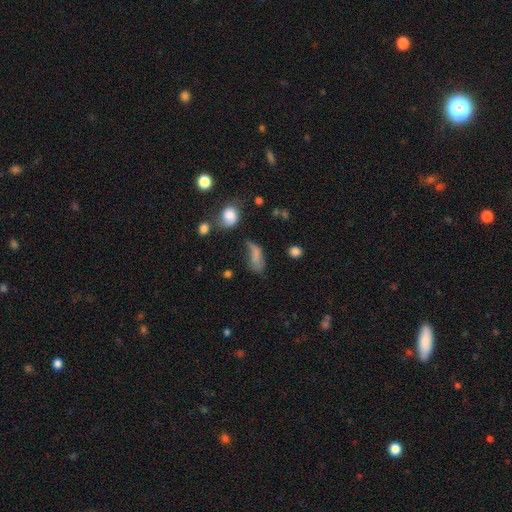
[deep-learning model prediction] Smooth or featured: smooth — 67% (featured or disk — 20%)
How rounded: in between — 73% (cigar-shaped — 19%)
Merging: major disturbance — 32% (none — 31%)